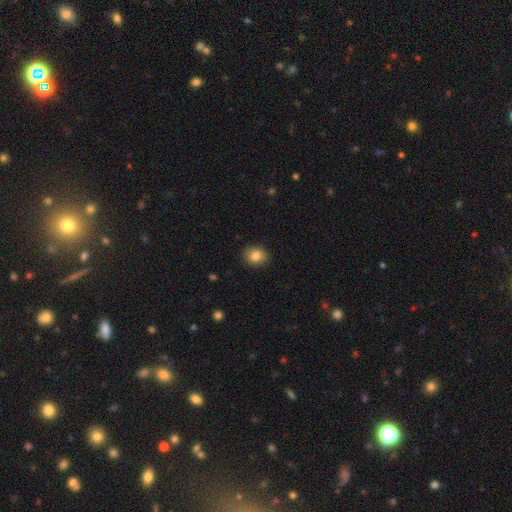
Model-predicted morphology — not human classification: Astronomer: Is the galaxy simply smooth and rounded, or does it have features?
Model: smooth — 84%.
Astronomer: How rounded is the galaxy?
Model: round — 58% (runner-up: in between, 41%).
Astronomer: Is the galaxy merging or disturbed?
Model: none — 88%.